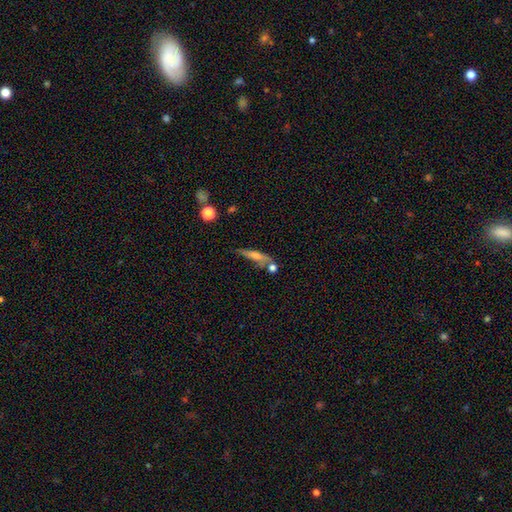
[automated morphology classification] This appears to be a smooth galaxy with no disk features (54%) that is cigar-shaped (78%). Merging: none (53%).